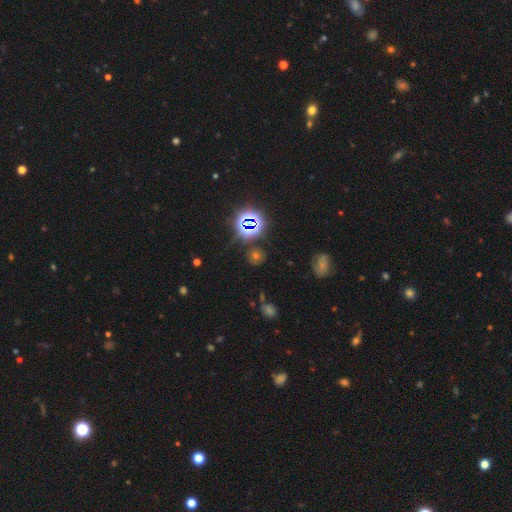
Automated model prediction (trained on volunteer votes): Morphology: type=star or artifact (58%).